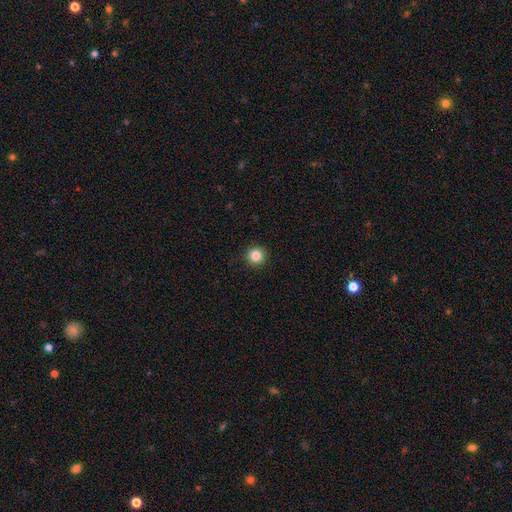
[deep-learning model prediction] Overall: smooth (84%). How rounded: round (96%). Merging: none (93%).